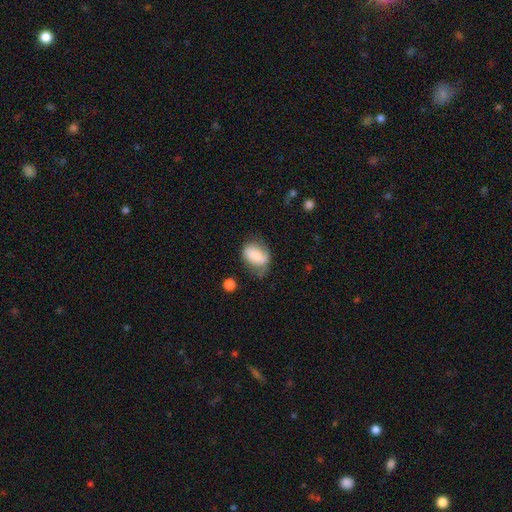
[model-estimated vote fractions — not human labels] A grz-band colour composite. It shows a smooth galaxy with no disk features (70%) that is in between round and cigar-shaped (79%). Merging: none (50%).